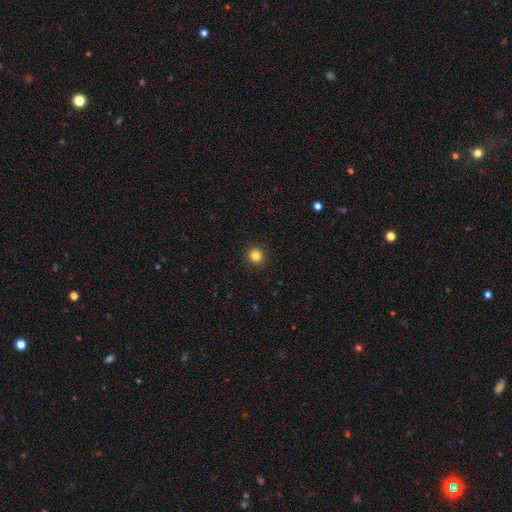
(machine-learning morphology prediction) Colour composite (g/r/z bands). It shows a smooth galaxy with no disk features (84%) that is round (94%). Merging: none (93%).